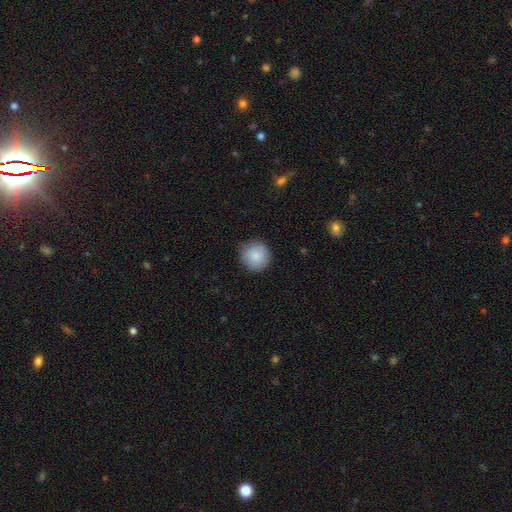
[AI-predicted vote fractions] Smooth or featured?
  - smooth: 85% *
  - featured or disk: 7%
  - star or artifact: 7%
How rounded?
  - round: 94% *
  - in between: 5%
  - cigar-shaped: 1%
Merging?
  - none: 86% *
  - minor disturbance: 11%
  - major disturbance: 2%
  - merger: 1%